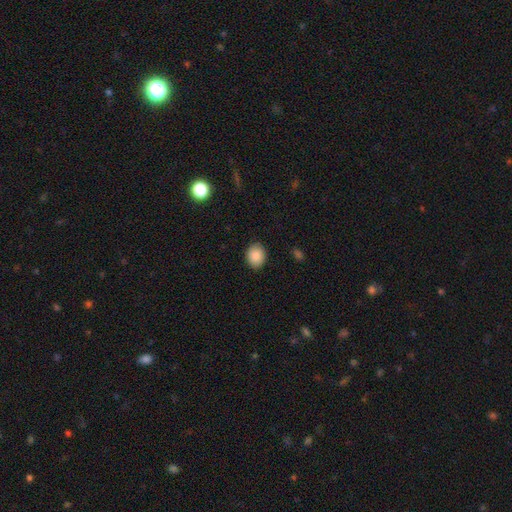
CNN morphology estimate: Smooth or featured: smooth — 88% (star or artifact — 8%)
How rounded: in between — 54% (round — 45%)
Merging: none — 88% (minor disturbance — 9%)